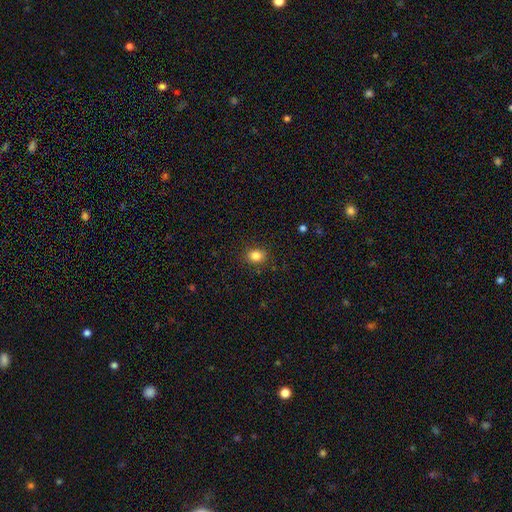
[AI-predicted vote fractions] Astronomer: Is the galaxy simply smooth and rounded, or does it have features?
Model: smooth — 84%.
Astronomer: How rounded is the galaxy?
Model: round — 50% (runner-up: in between, 49%).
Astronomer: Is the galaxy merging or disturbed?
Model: none — 88%.